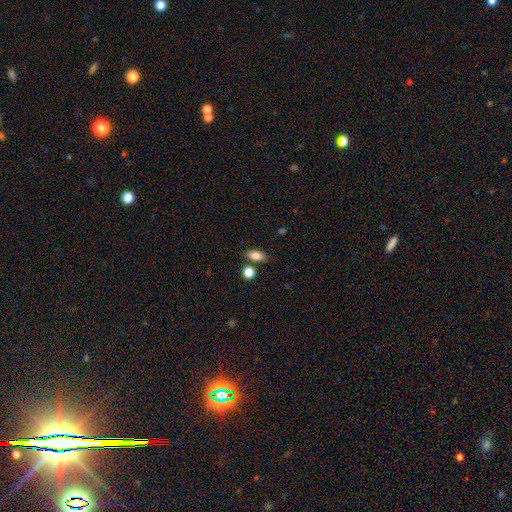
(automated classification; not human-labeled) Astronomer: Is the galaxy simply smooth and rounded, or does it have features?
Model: smooth — 83%.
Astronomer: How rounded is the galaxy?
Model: in between — 85%.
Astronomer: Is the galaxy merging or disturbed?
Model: none — 79%.